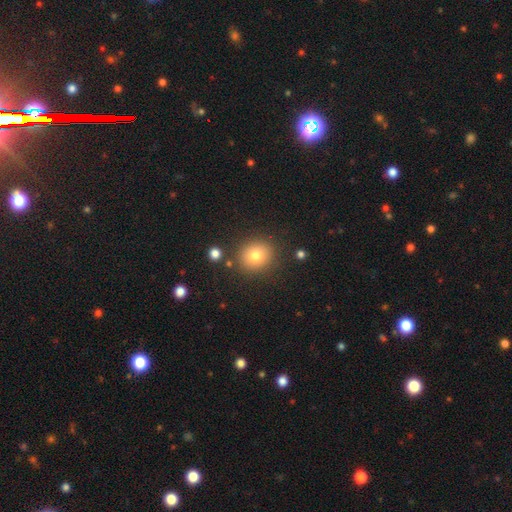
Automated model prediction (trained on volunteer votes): smooth 78%, star or artifact 12%, featured or disk 10%. Down the decision tree: how rounded — round (80%); merging — none (85%).